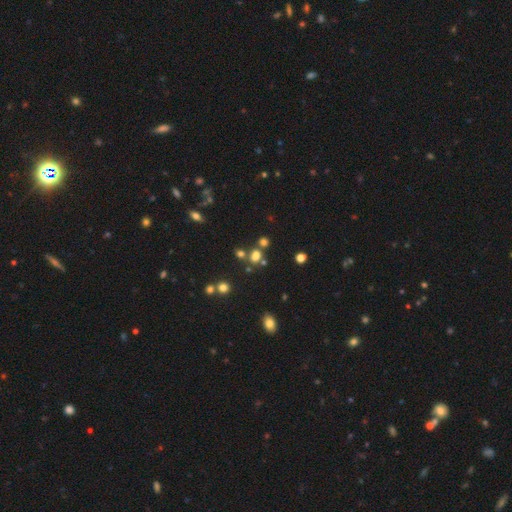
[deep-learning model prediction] The model was most divided on "how rounded": in between: 50%, round: 48%, cigar-shaped: 2%. More confident: smooth or featured — smooth (66%); merging — none (56%).